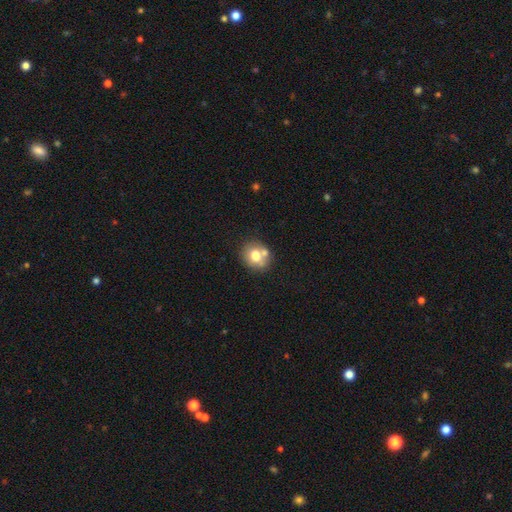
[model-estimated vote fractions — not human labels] Smooth or featured? Predicted: smooth (p=0.70). How rounded? Predicted: round (p=0.70). Merging? Predicted: none (p=0.60).